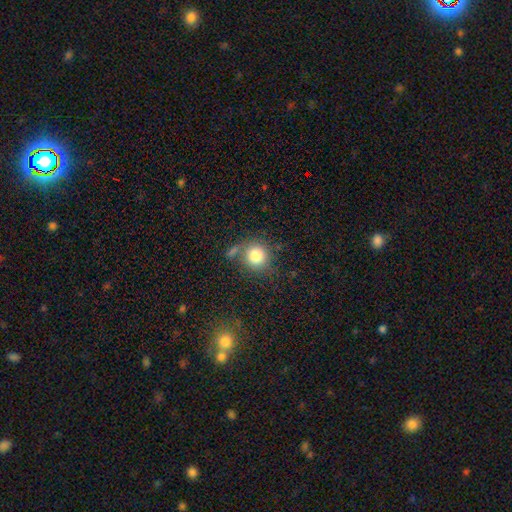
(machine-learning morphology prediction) smooth 82%, star or artifact 10%, featured or disk 8%. Down the decision tree: how rounded — round (90%); merging — none (67%).